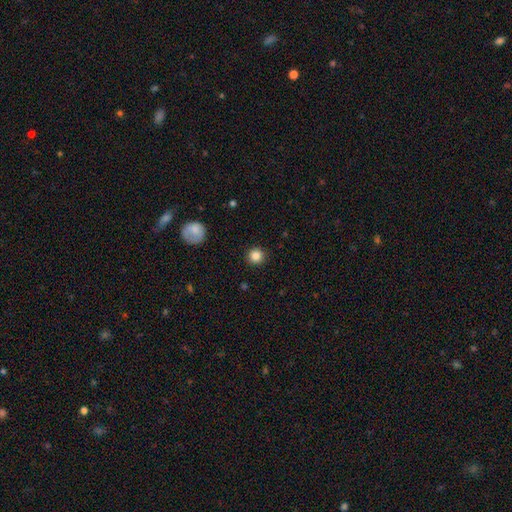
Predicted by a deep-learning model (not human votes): Overall: smooth (85%). How rounded: round (95%). Merging: none (92%).